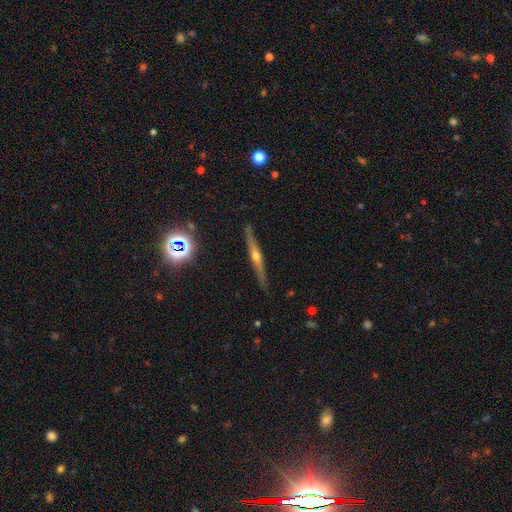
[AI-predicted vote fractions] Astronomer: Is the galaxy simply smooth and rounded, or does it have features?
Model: featured or disk — 75%.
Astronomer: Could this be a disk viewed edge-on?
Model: yes — 97%.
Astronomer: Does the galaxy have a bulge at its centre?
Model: rounded — 89%.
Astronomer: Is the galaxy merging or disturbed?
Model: none — 89%.